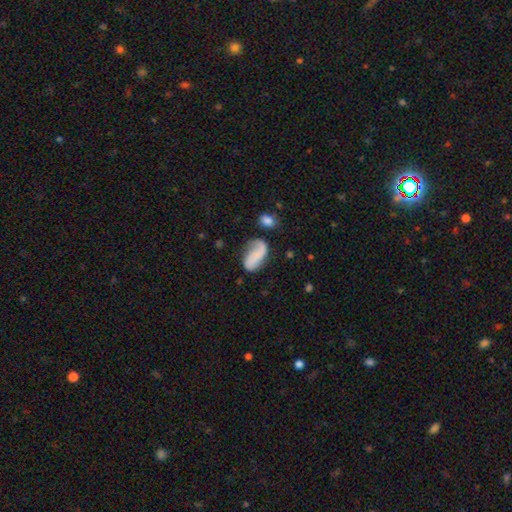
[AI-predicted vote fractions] Smooth or featured?
  - smooth: 46% *
  - featured or disk: 45%
  - star or artifact: 9%
Merging?
  - none: 44% *
  - minor disturbance: 27%
  - major disturbance: 23%
  - merger: 6%